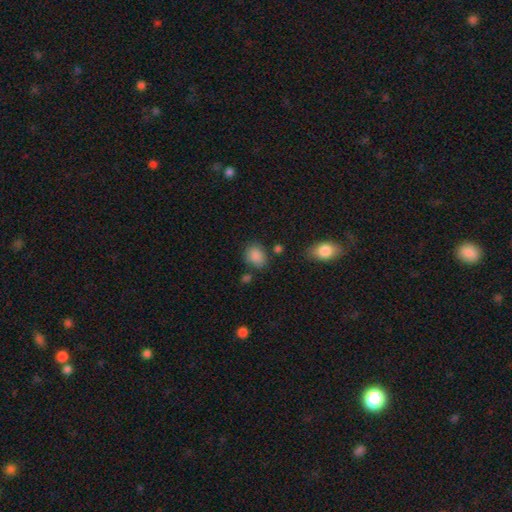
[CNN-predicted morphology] type=smooth (86%); roundness=in between (51%); merging=none (71%).